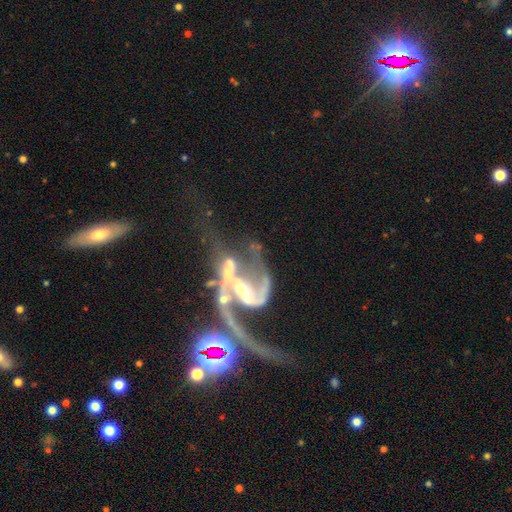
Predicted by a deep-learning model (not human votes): A featured or disk galaxy (87%) with a weak bar (37%), 2 (80%) loose (50%) spiral arms (94%) and a small central bulge (55%).

Vote fractions:
- Smooth or featured? featured or disk: 87% / star or artifact: 9% / smooth: 4%
- Edge-on disk? no: 97% / yes: 3%
- Bar? weak: 37% / strong: 33% / no: 30%
- Spiral arms? yes: 94% / no: 6%
- Spiral winding? loose: 50% / medium: 38% / tight: 12%
- Spiral arm count? 2: 80% / 1: 7% / can't tell: 6% / 3: 3% / 4: 2% / more than 4: 2%
- Bulge size? small: 55% / moderate: 26% / none: 15% / large: 3% / dominant: 1%
- Merging? major disturbance: 35% / merger: 34% / none: 20% / minor disturbance: 11%